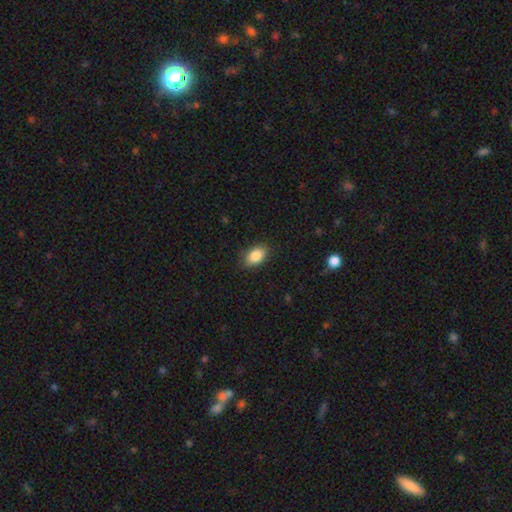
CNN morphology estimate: smooth_or_featured: smooth (p=0.87) [alt: star or artifact p=0.07]
how_rounded: in between (p=0.90) [alt: round p=0.08]
merging: none (p=0.86) [alt: minor disturbance p=0.11]